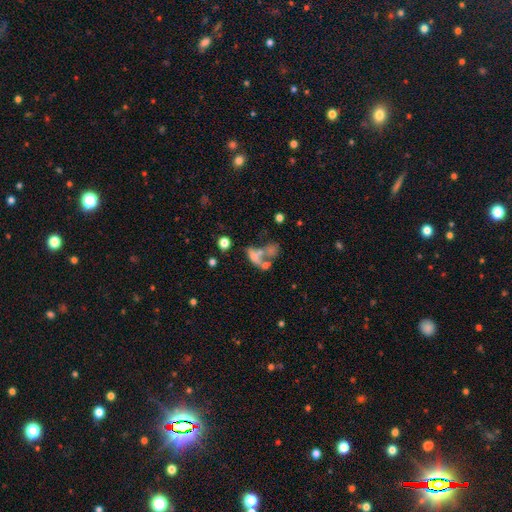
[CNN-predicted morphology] smooth 43%, featured or disk 39%, star or artifact 18%. Down the decision tree: merging — merger (51%).